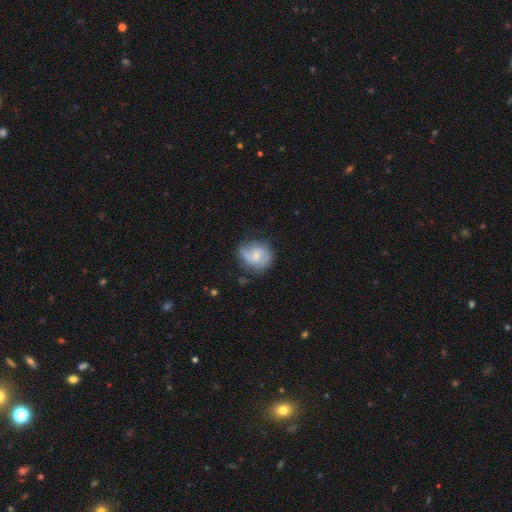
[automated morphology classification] Overall: featured or disk (59%; smooth 34%). Edge-on disk: no (98%). Bar: weak (52%; no 36%). Spiral arms: yes (85%). Bulge size: small (50%; moderate 33%). Merging: none (65%).